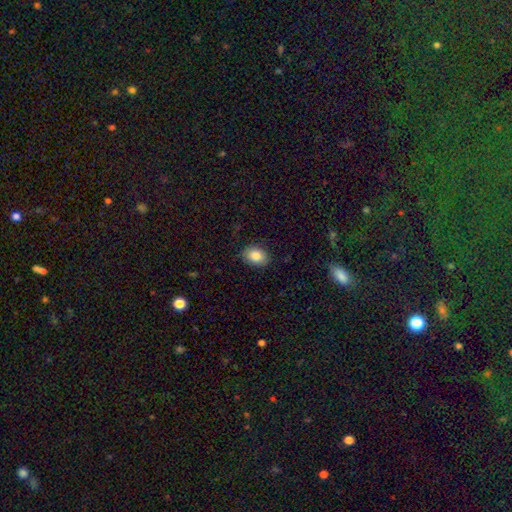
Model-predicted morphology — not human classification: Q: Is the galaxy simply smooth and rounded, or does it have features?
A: smooth — 86%.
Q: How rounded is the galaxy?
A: in between — 70%.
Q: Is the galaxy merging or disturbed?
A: none — 84%.